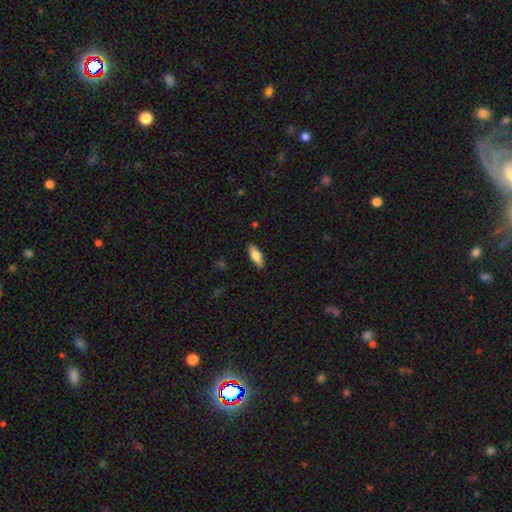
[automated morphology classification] Q: Smooth or featured?
A: smooth (74%); runner-up: featured or disk (20%)
Q: How rounded?
A: in between (67%); runner-up: cigar-shaped (31%)
Q: Merging?
A: none (88%); runner-up: minor disturbance (9%)